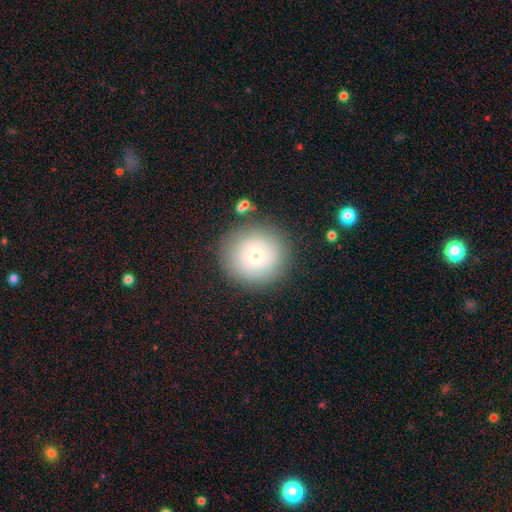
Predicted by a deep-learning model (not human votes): Smooth or featured: smooth — 60% (featured or disk — 30%)
How rounded: round — 94% (in between — 5%)
Merging: none — 85% (minor disturbance — 9%)